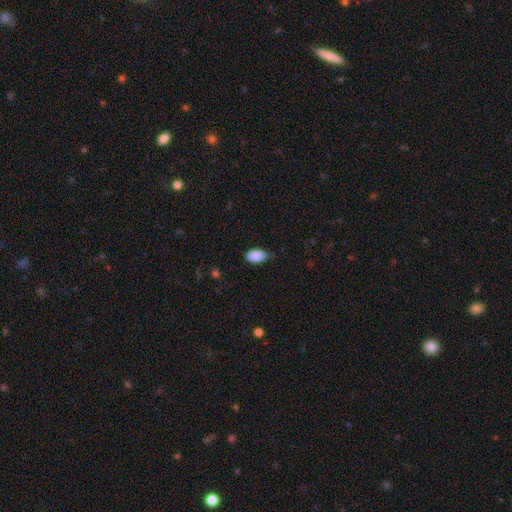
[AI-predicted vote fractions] A smooth galaxy with no disk features (90%) that is in between round and cigar-shaped (93%). Merging: none (75%).